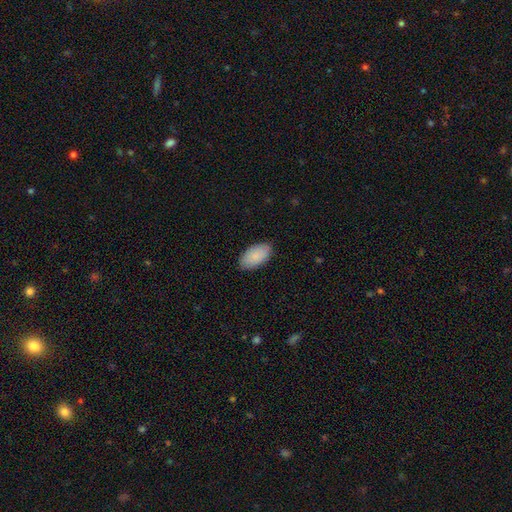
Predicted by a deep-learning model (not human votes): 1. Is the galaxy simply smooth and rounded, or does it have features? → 88% smooth, 6% featured or disk, 6% star or artifact.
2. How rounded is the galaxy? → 96% in between, 2% round, 2% cigar-shaped.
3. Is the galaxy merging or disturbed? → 85% none, 12% minor disturbance, 2% major disturbance, 1% merger.